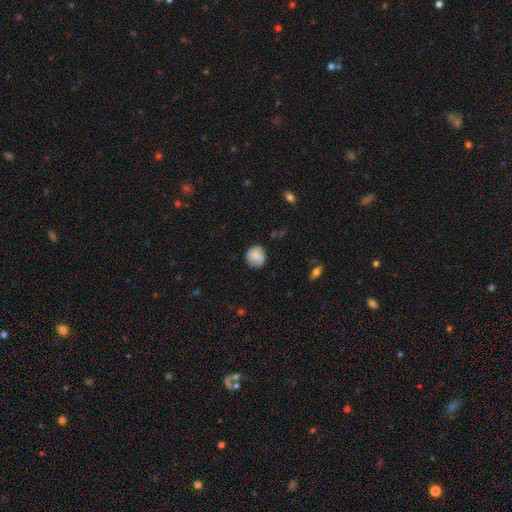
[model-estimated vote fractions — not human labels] Smooth or featured? Predicted: smooth (p=0.75). How rounded? Predicted: round (p=0.86). Merging? Predicted: none (p=0.75).